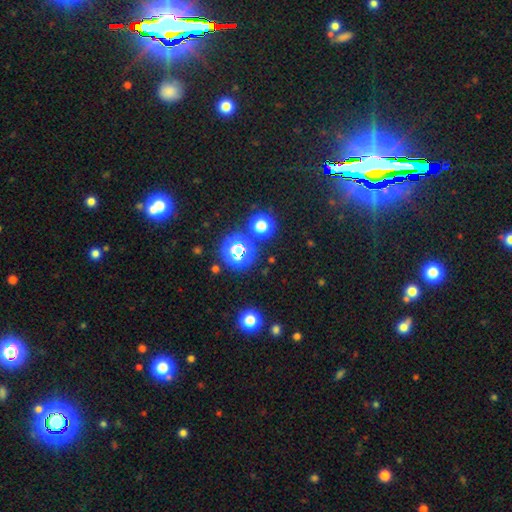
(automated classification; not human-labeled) star or artifact 79%, smooth 13%, featured or disk 9%.